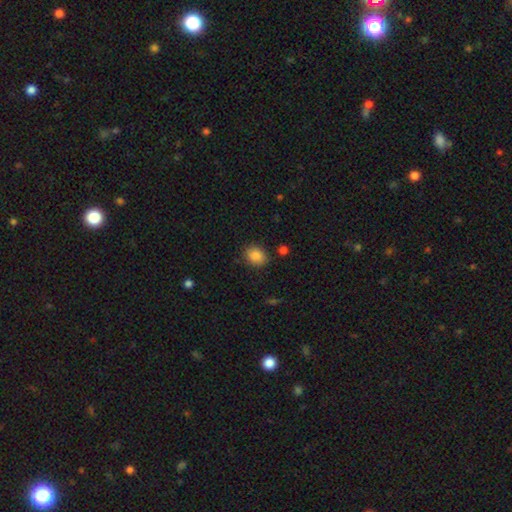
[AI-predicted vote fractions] A smooth galaxy with no disk features (86%) that is round (61%).

Vote fractions:
- Smooth or featured? smooth: 86% / star or artifact: 9% / featured or disk: 5%
- How rounded? round: 61% / in between: 38% / cigar-shaped: 1%
- Merging? none: 85% / minor disturbance: 10% / major disturbance: 3% / merger: 3%